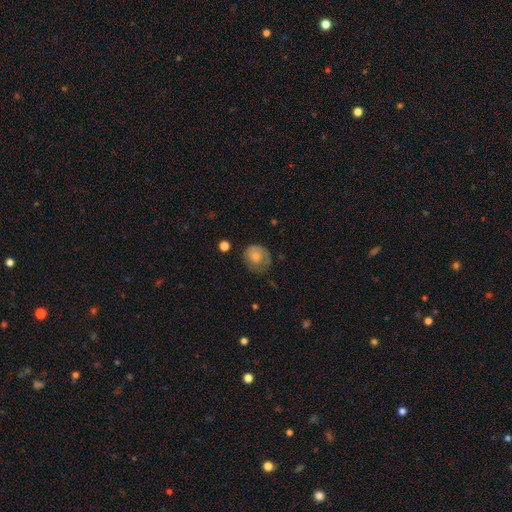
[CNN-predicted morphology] type=smooth (61%); roundness=round (73%); merging=none (55%).